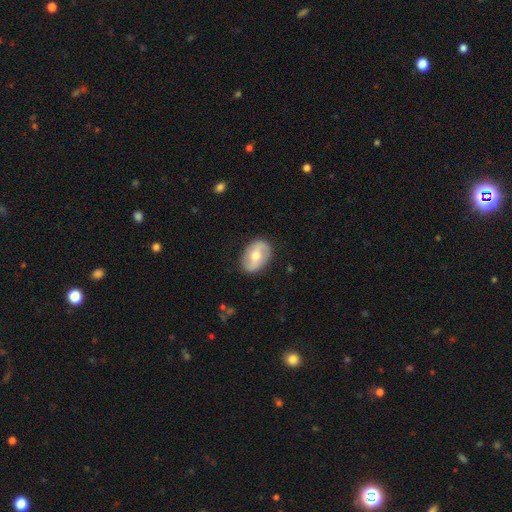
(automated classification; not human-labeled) A featured or disk galaxy (58%) with a weak bar (39%), spiral arms (68%) and a moderate central bulge (74%). Merging: none (85%).